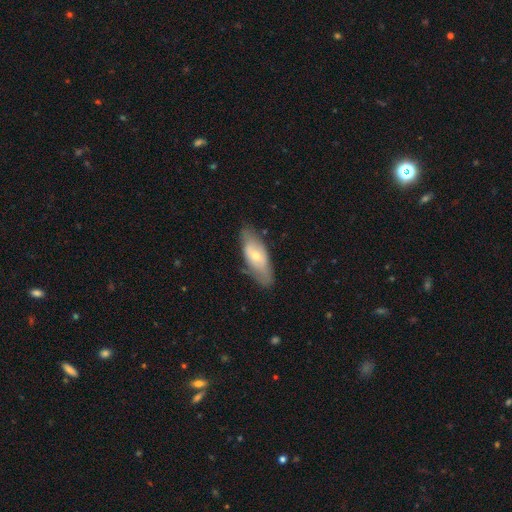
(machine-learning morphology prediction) A smooth galaxy with no disk features (50%) that is in between round and cigar-shaped (75%). Merging: none (70%).